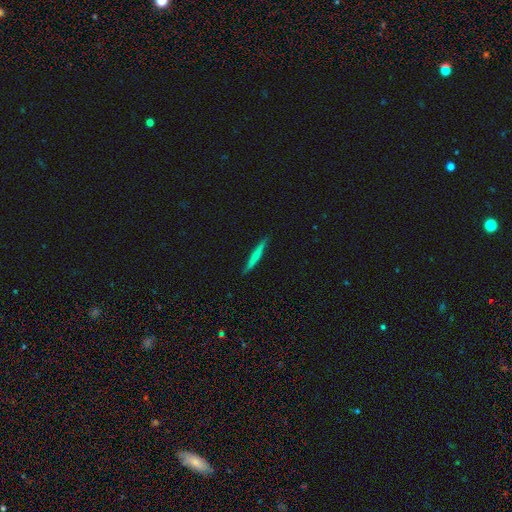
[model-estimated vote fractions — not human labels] A smooth galaxy with no disk features (63%) that is cigar-shaped (96%). Merging: none (90%).